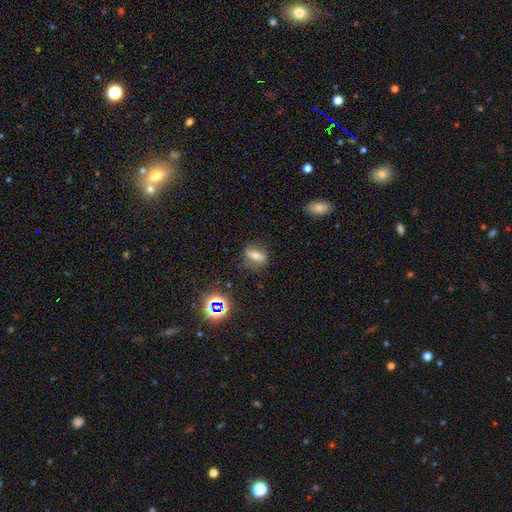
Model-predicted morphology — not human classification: smooth-or-featured: smooth: 52% | featured or disk: 30% | star or artifact: 18%
  how-rounded: in between: 62% | cigar-shaped: 20% | round: 19%
  merging: none: 76% | minor disturbance: 17% | major disturbance: 6% | merger: 2%